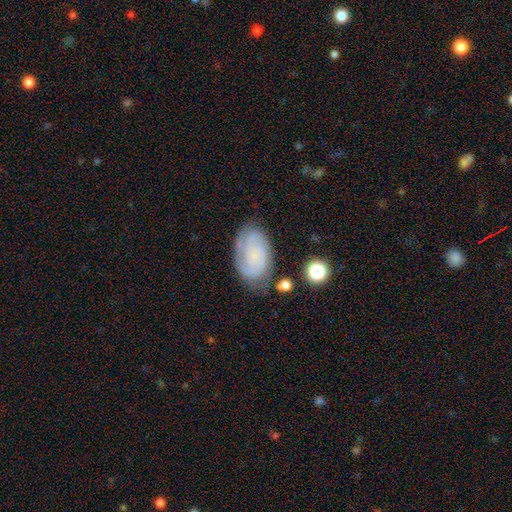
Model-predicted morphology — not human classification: Q: Smooth or featured?
A: featured or disk (60%); runner-up: smooth (31%)
Q: Edge-on disk?
A: no (97%); runner-up: yes (3%)
Q: Bar?
A: no (75%); runner-up: weak (21%)
Q: Spiral arms?
A: yes (89%); runner-up: no (11%)
Q: Spiral winding?
A: tight (63%); runner-up: medium (28%)
Q: Spiral arm count?
A: 2 (41%); runner-up: can't tell (33%)
Q: Bulge size?
A: small (48%); runner-up: none (40%)
Q: Merging?
A: none (70%); runner-up: minor disturbance (20%)